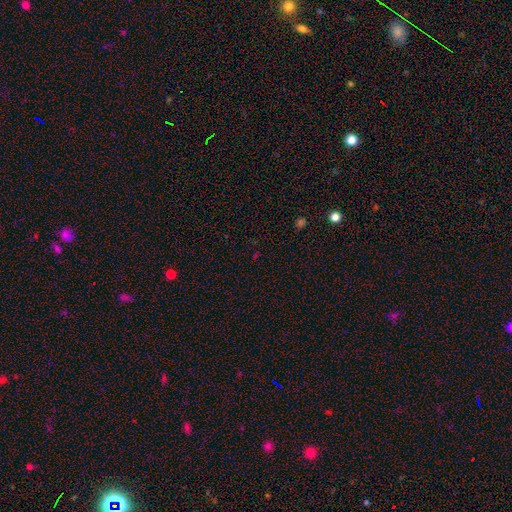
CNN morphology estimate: The model was most divided on "smooth or featured": star or artifact: 63%, smooth: 29%, featured or disk: 7%.